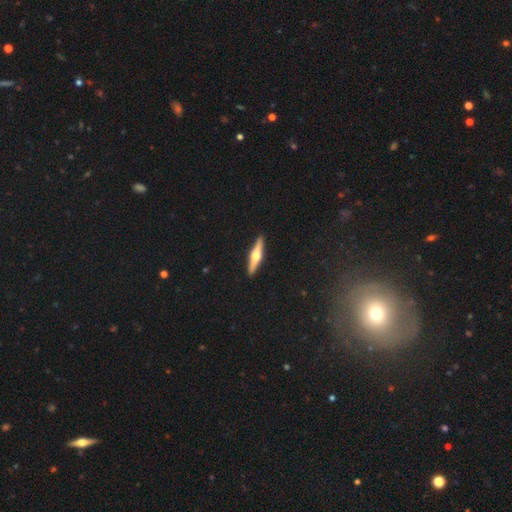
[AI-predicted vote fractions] A featured or disk galaxy (69%) viewed edge-on (97%) with a rounded central bulge (95%).

Vote fractions:
- Smooth or featured? featured or disk: 69% / smooth: 26% / star or artifact: 5%
- Edge-on disk? yes: 97% / no: 3%
- Edge-on bulge? rounded: 95% / boxy: 3% / none: 2%
- Merging? none: 93% / minor disturbance: 5% / major disturbance: 1% / merger: 1%